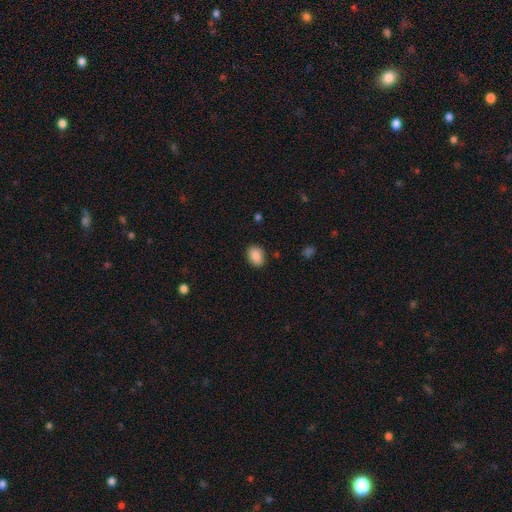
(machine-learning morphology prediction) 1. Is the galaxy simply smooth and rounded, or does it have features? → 88% smooth, 8% star or artifact, 5% featured or disk.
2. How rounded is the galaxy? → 80% in between, 19% round, 1% cigar-shaped.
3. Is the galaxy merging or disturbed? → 87% none, 10% minor disturbance, 2% major disturbance, 1% merger.